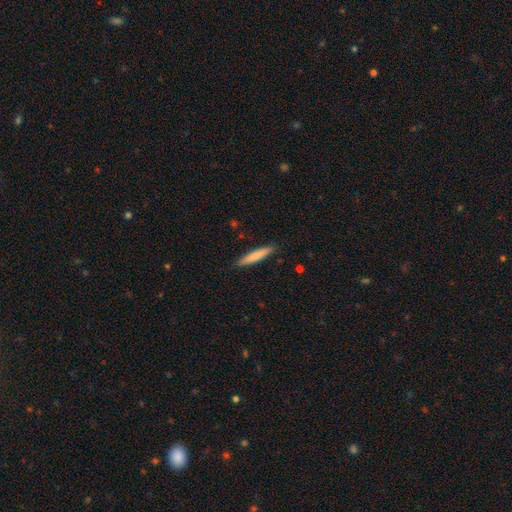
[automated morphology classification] smooth-or-featured: smooth: 80% | featured or disk: 15% | star or artifact: 5%
  how-rounded: cigar-shaped: 92% | in between: 7% | round: 1%
  merging: none: 89% | minor disturbance: 8% | major disturbance: 2% | merger: 1%